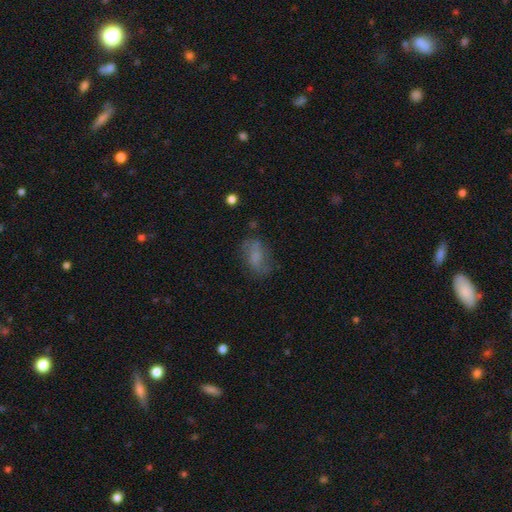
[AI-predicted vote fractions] This is likely a smooth galaxy (61%). How rounded: clearly in between (85%). Merging: likely none (63%).